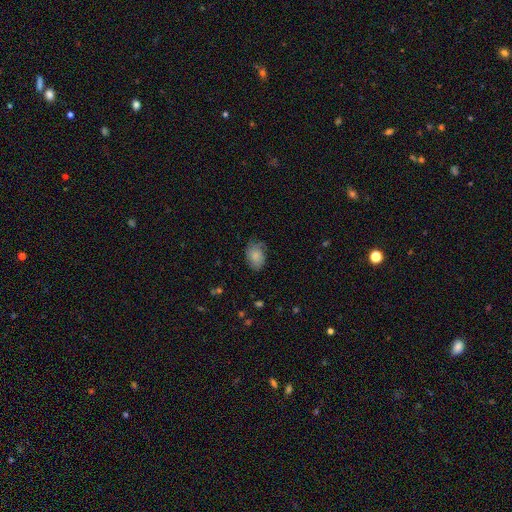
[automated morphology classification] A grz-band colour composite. It shows a smooth galaxy with no disk features (76%) that is in between round and cigar-shaped (78%). Merging: none (66%).